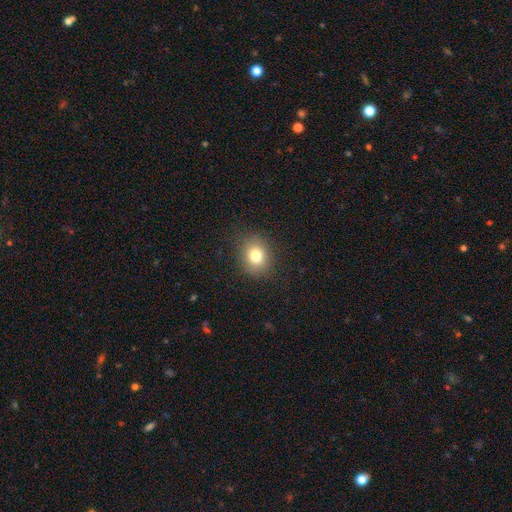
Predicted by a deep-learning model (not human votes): smooth-or-featured: smooth: 79% | star or artifact: 11% | featured or disk: 10%
  how-rounded: round: 61% | in between: 38% | cigar-shaped: 1%
  merging: none: 86% | minor disturbance: 9% | major disturbance: 3% | merger: 1%